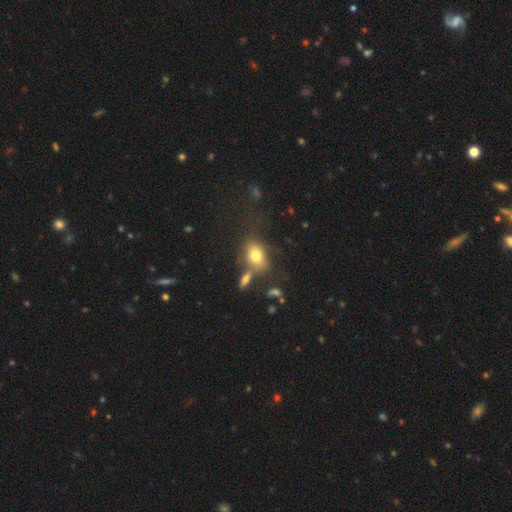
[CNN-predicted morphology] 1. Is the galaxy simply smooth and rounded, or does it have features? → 75% smooth, 15% featured or disk, 10% star or artifact.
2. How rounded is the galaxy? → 71% in between, 27% round, 2% cigar-shaped.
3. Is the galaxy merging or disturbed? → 55% none, 18% merger, 17% minor disturbance, 10% major disturbance.